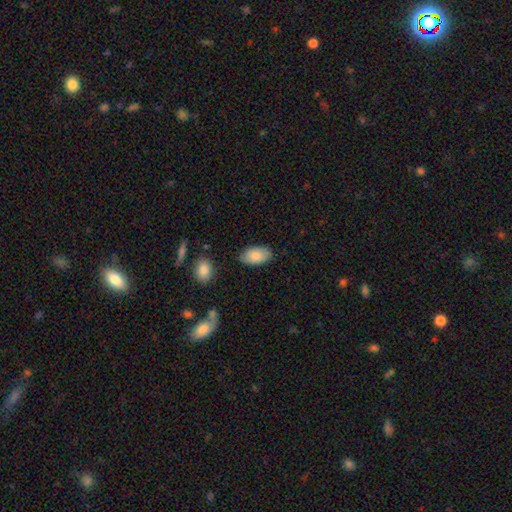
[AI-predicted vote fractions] Smooth or featured? Predicted: smooth (p=0.85). How rounded? Predicted: in between (p=0.95). Merging? Predicted: none (p=0.82).